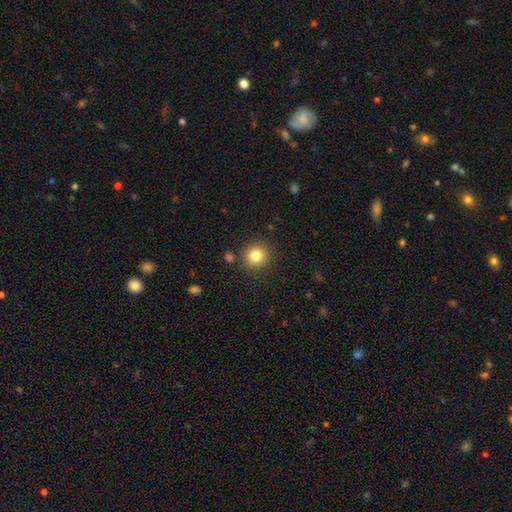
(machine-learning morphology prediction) Overall: smooth (82%). How rounded: round (93%). Merging: none (88%).